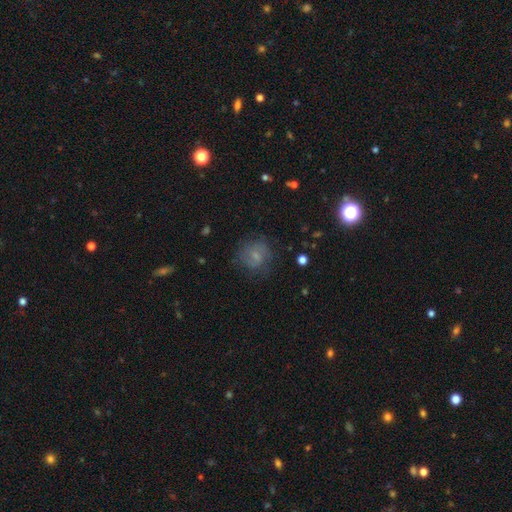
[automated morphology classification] The model was most divided on "smooth or featured": smooth: 57%, featured or disk: 30%, star or artifact: 13%. More confident: how rounded — round (81%); merging — none (70%).